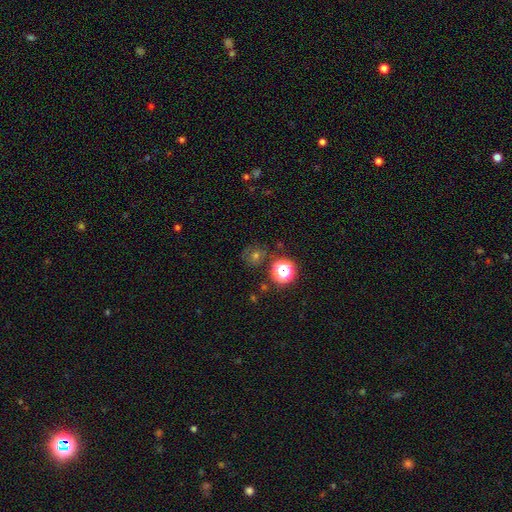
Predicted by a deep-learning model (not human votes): Smooth or featured: smooth — 47% (star or artifact — 39%)
Merging: none — 77% (minor disturbance — 12%)